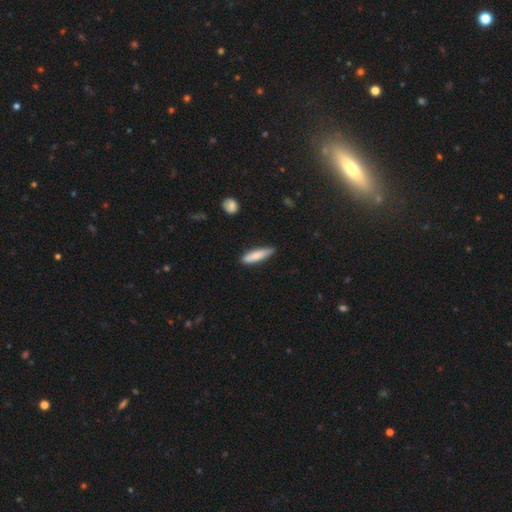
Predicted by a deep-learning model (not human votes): This is likely a smooth galaxy (80%). How rounded: likely cigar-shaped (73%). Merging: likely none (79%).